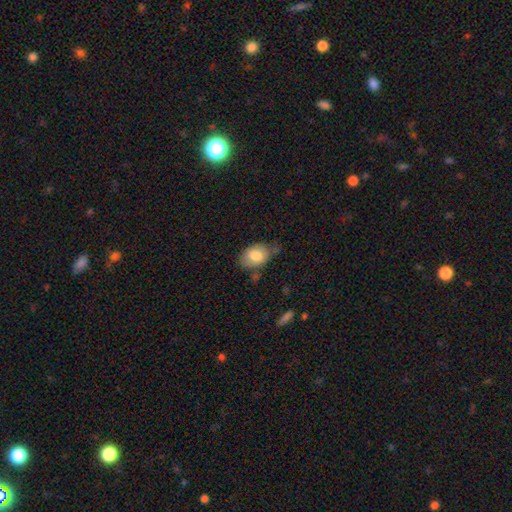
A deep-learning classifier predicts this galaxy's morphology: type=smooth (78%); roundness=in between (82%); merging=none (61%).